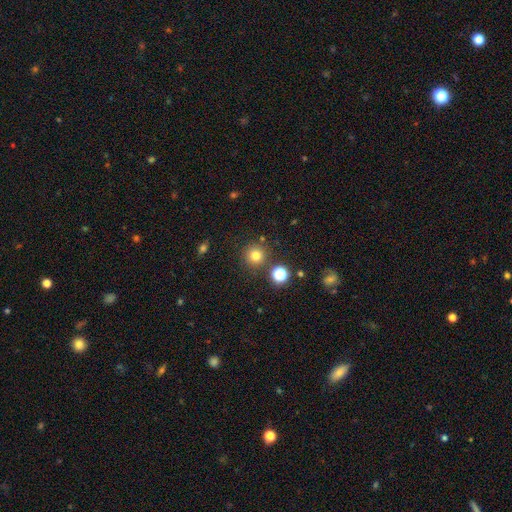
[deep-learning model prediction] A smooth galaxy with no disk features (76%) that is round (94%). Merging: none (84%).